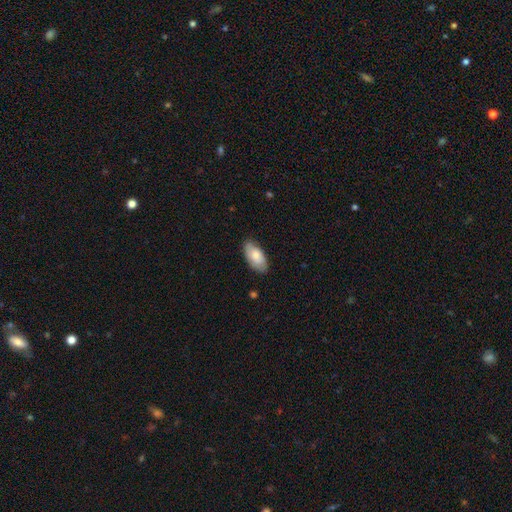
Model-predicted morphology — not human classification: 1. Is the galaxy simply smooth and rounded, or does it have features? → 77% smooth, 17% featured or disk, 6% star or artifact.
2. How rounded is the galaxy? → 93% in between, 5% cigar-shaped, 2% round.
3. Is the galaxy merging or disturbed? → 78% none, 18% minor disturbance, 3% major disturbance, 1% merger.